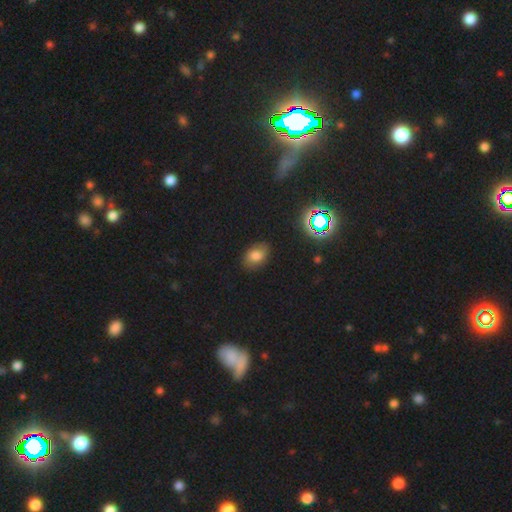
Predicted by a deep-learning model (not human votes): Smooth or featured: smooth — 75% (star or artifact — 15%)
How rounded: in between — 80% (round — 19%)
Merging: none — 82% (minor disturbance — 14%)